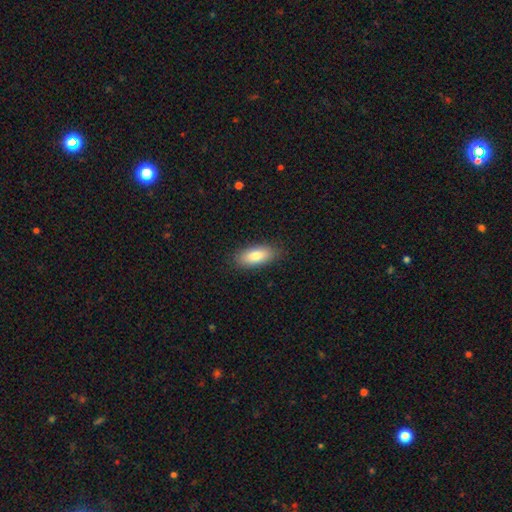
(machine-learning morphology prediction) smooth 83%, featured or disk 11%, star or artifact 7%. Down the decision tree: how rounded — in between (84%); merging — none (87%).